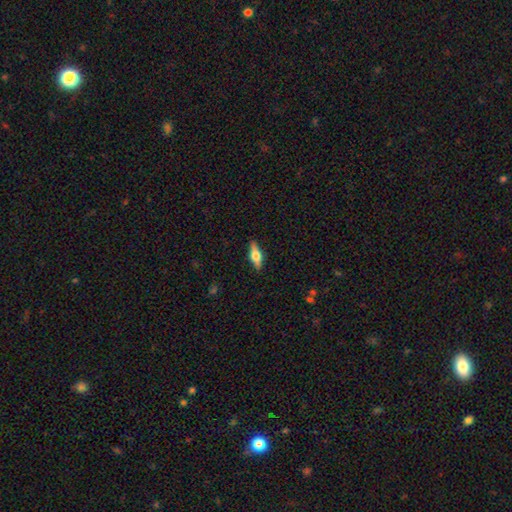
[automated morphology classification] featured or disk 53%, smooth 41%, star or artifact 6%. Down the decision tree: edge-on disk — yes (93%); merging — none (88%).